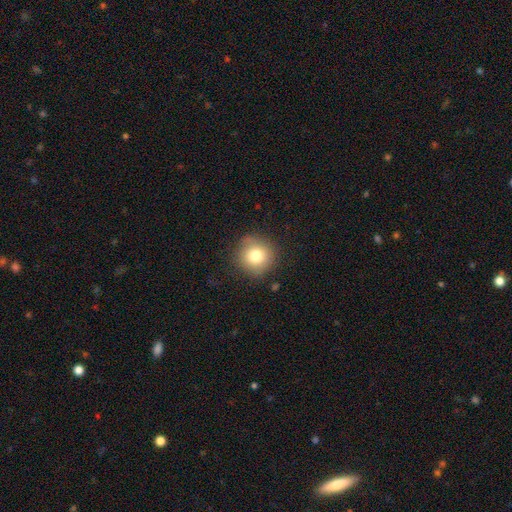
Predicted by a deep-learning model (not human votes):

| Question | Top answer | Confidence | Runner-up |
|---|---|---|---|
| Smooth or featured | smooth | 78% | featured or disk (11%) |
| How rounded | round | 93% | in between (6%) |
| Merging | none | 83% | minor disturbance (12%) |